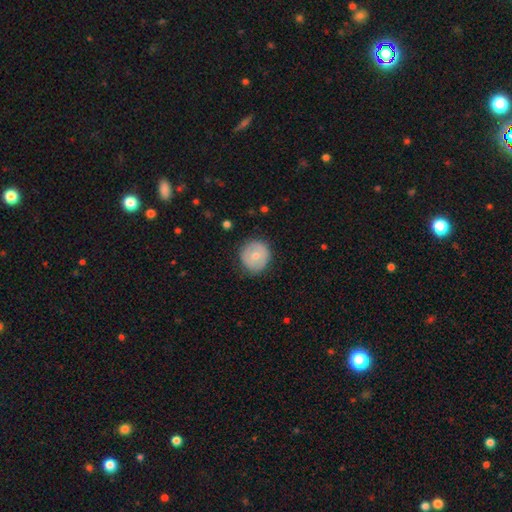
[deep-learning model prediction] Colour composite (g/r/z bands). It shows a smooth galaxy with no disk features (65%) that is round (92%). Merging: none (80%).